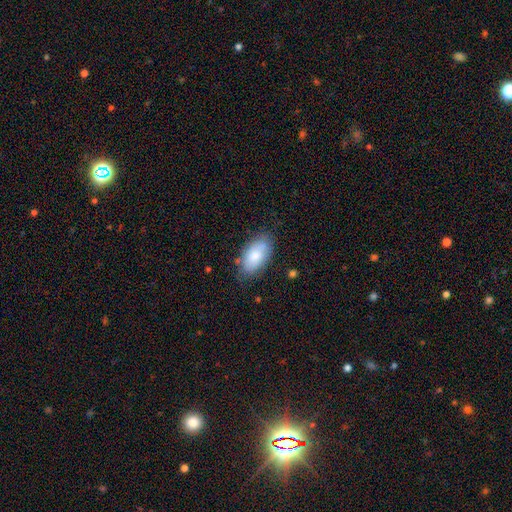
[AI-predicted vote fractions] smooth_or_featured: smooth (p=0.78) [alt: featured or disk p=0.16]
how_rounded: in between (p=0.94) [alt: round p=0.03]
merging: none (p=0.75) [alt: minor disturbance p=0.19]